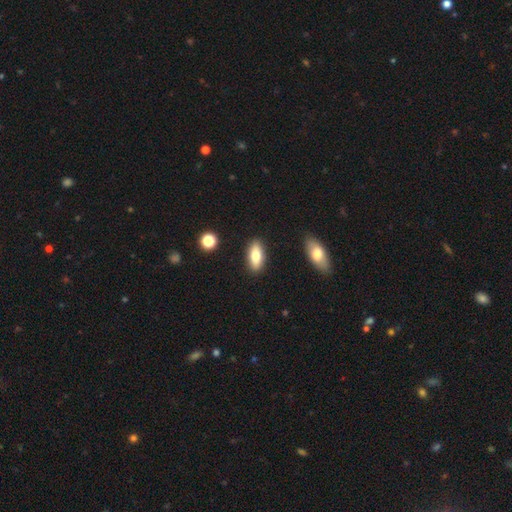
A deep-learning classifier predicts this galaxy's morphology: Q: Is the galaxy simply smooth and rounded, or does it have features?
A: smooth — 76%.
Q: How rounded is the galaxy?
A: in between — 83%.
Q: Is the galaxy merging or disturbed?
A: none — 88%.